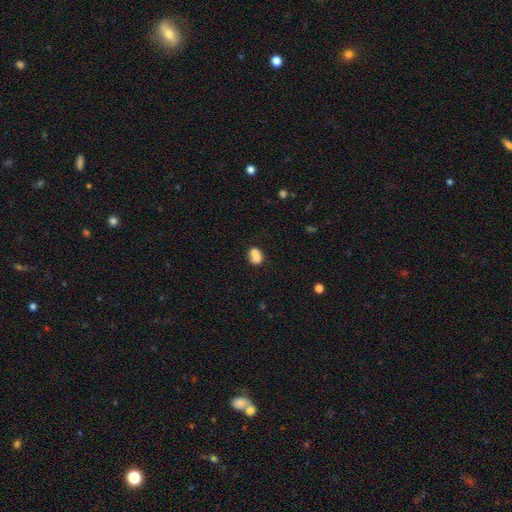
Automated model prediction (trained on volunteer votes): Smooth or featured?
  - smooth: 76% *
  - featured or disk: 15%
  - star or artifact: 9%
How rounded?
  - in between: 59% *
  - round: 40%
  - cigar-shaped: 2%
Merging?
  - merger: 45% *
  - none: 36%
  - minor disturbance: 13%
  - major disturbance: 6%